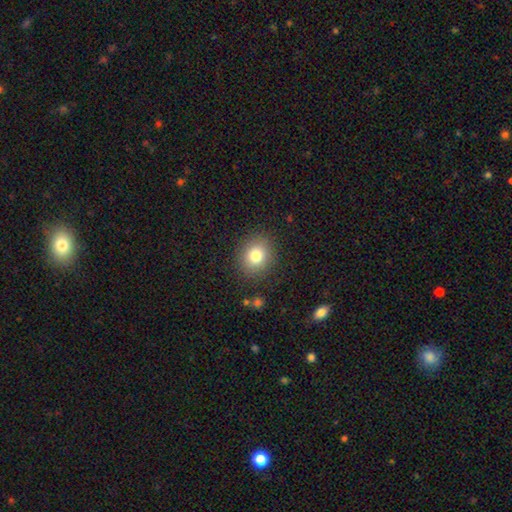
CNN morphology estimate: type=smooth (80%); roundness=round (75%); merging=none (87%).